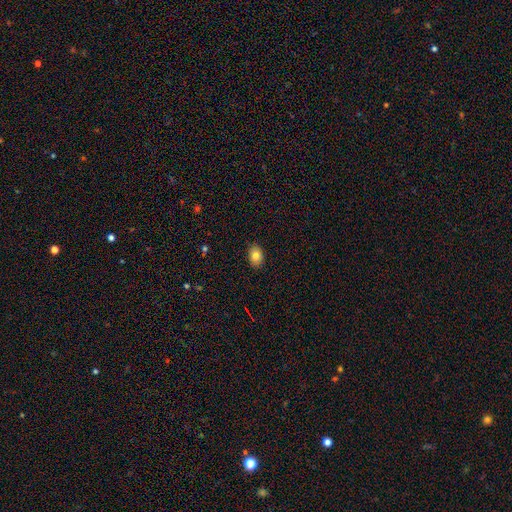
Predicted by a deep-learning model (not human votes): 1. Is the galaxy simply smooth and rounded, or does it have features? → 81% smooth, 10% featured or disk, 9% star or artifact.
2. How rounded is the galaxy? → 78% in between, 21% round, 1% cigar-shaped.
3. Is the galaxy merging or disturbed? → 88% none, 9% minor disturbance, 2% major disturbance, 1% merger.